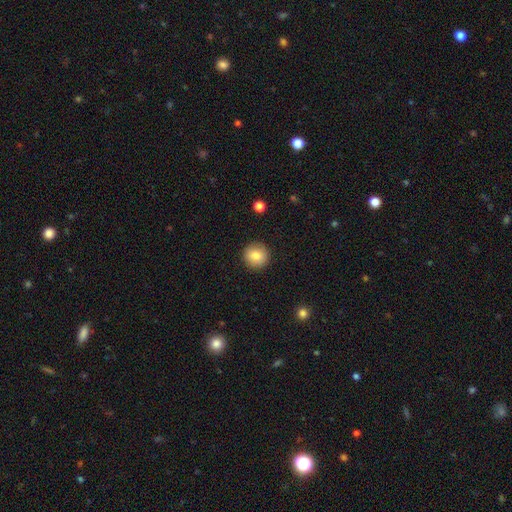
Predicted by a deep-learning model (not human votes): smooth 82%, featured or disk 10%, star or artifact 9%. Down the decision tree: how rounded — round (94%); merging — none (91%).